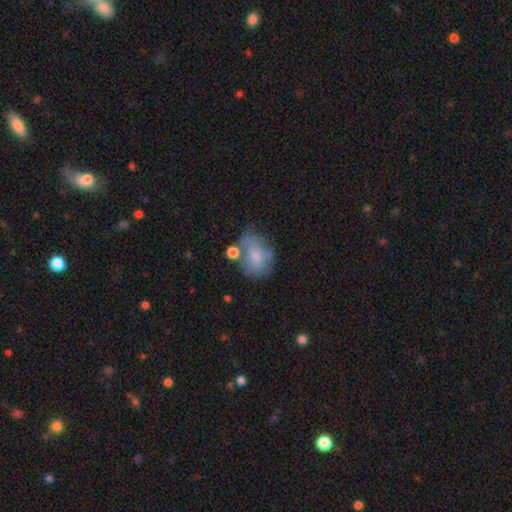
Morphology: type=smooth (62%); roundness=in between (58%); merging=none (57%).